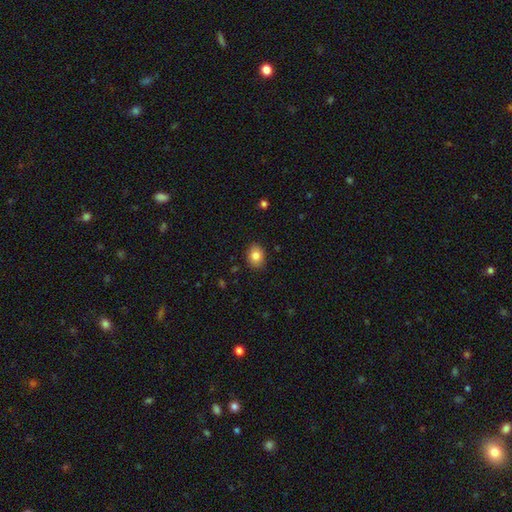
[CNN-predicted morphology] Overall: smooth (83%). How rounded: in between (54%; round 45%). Merging: none (88%).